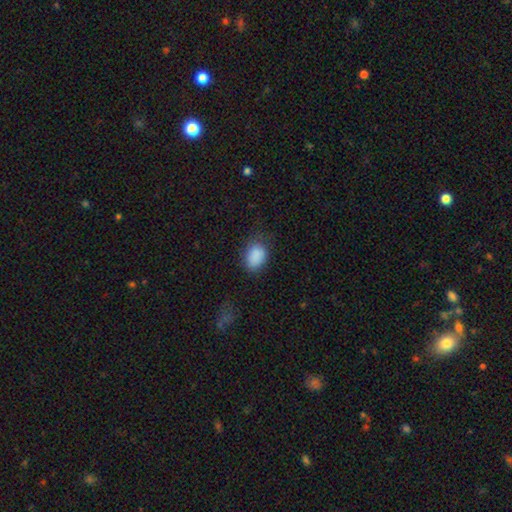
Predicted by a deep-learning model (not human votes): smooth 87%, star or artifact 8%, featured or disk 5%. Down the decision tree: how rounded — in between (78%); merging — none (68%).